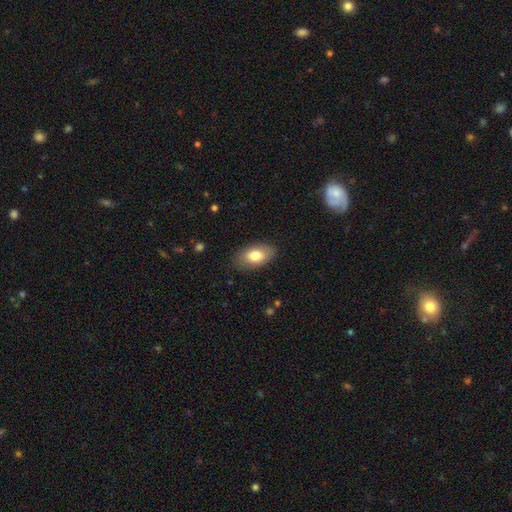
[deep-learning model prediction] smooth-or-featured: smooth: 78% | featured or disk: 15% | star or artifact: 7%
  how-rounded: in between: 93% | round: 5% | cigar-shaped: 2%
  merging: none: 84% | minor disturbance: 12% | major disturbance: 3% | merger: 1%